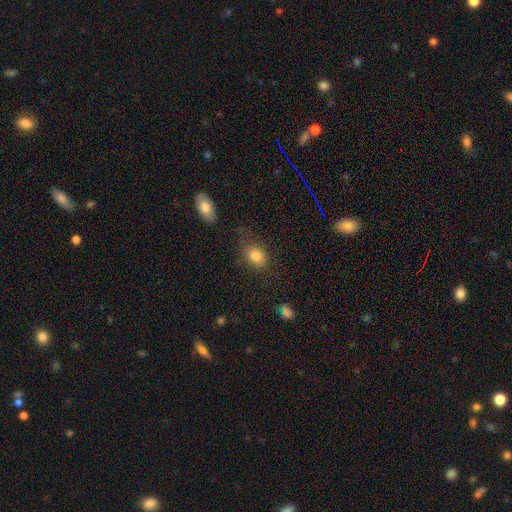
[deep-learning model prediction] Q: Smooth or featured?
A: smooth (81%); runner-up: star or artifact (10%)
Q: How rounded?
A: in between (57%); runner-up: round (42%)
Q: Merging?
A: none (64%); runner-up: minor disturbance (21%)